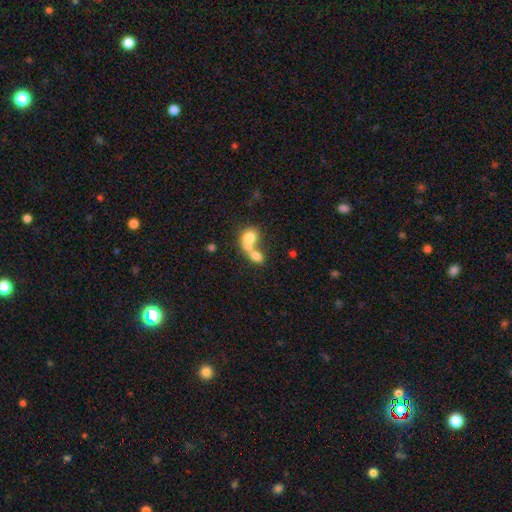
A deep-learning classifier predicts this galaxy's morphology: Overall: smooth (68%). How rounded: in between (57%; round 40%). Merging: merger (73%).